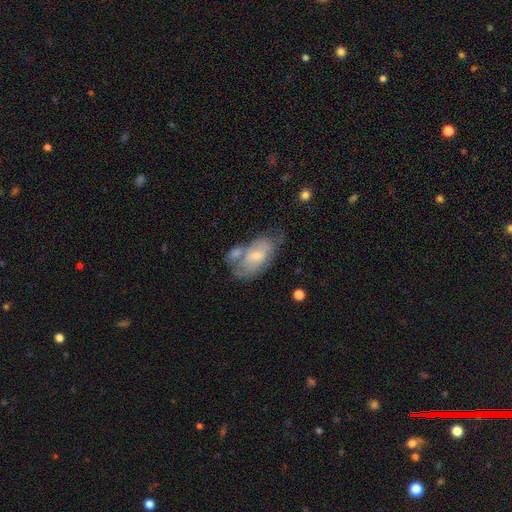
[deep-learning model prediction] The model was most divided on "smooth or featured": smooth: 49%, featured or disk: 45%, star or artifact: 6%. Remaining: merging — none (35%).